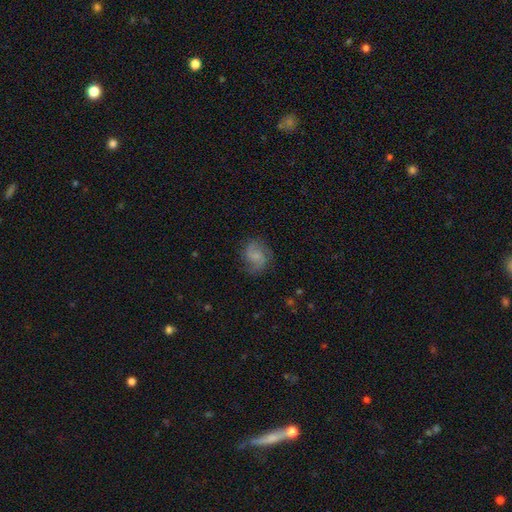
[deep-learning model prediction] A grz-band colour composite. It shows a featured or disk galaxy (50%). Merging: none (72%).